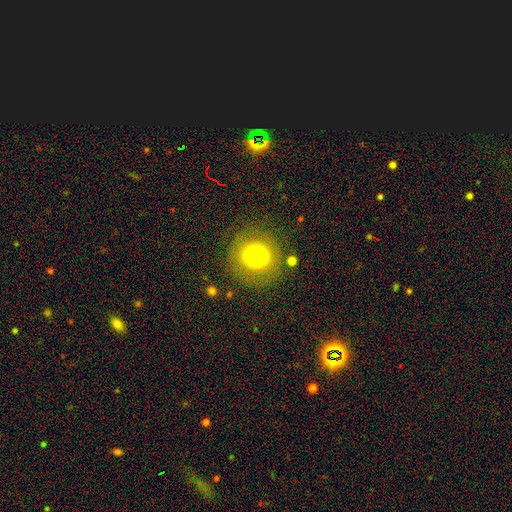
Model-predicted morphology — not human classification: type=smooth (65%); roundness=round (93%); merging=none (82%).